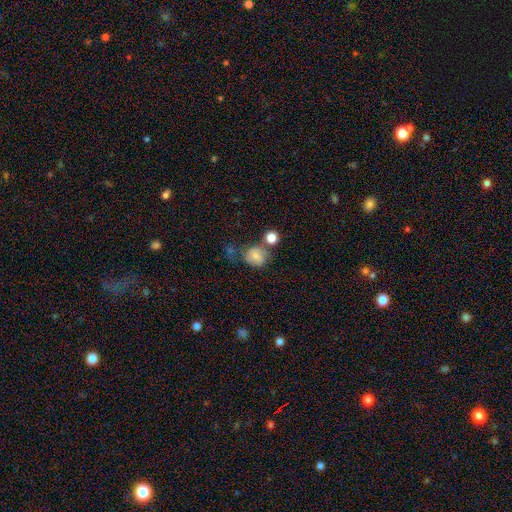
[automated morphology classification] A smooth galaxy with no disk features (70%) that is round (67%). Merging: none (47%).